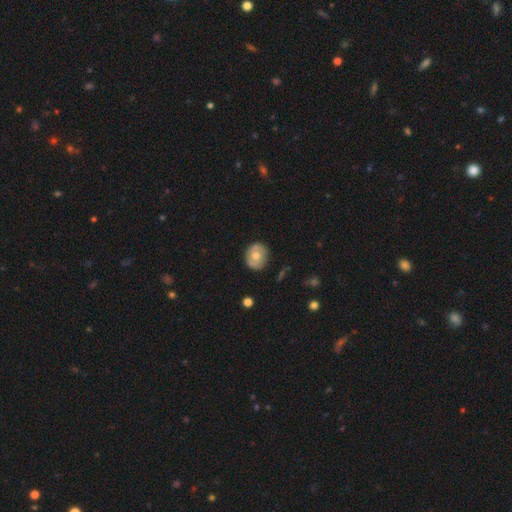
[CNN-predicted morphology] type=smooth (51%); roundness=round (70%); merging=none (76%).